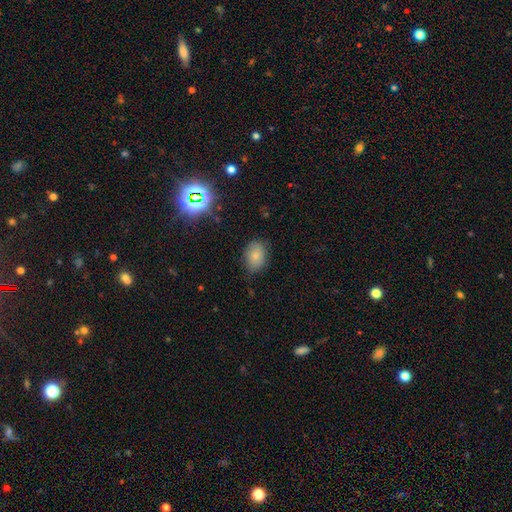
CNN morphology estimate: A smooth galaxy with no disk features (79%) that is in between round and cigar-shaped (77%).

Vote fractions:
- Smooth or featured? smooth: 79% / star or artifact: 12% / featured or disk: 9%
- How rounded? in between: 77% / round: 22% / cigar-shaped: 1%
- Merging? none: 73% / minor disturbance: 21% / major disturbance: 4% / merger: 1%